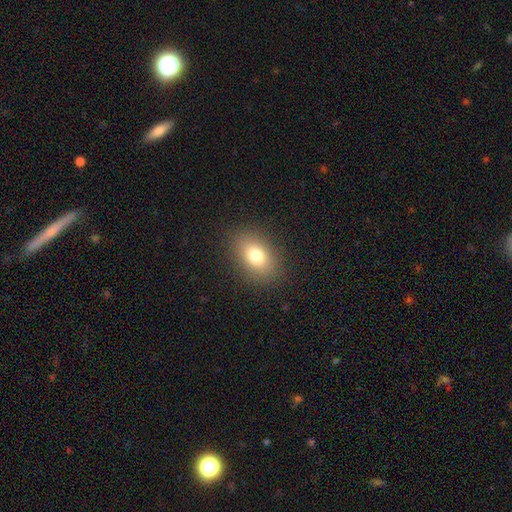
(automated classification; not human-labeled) This is likely a smooth galaxy (78%). How rounded: likely in between (76%). Merging: clearly none (87%).